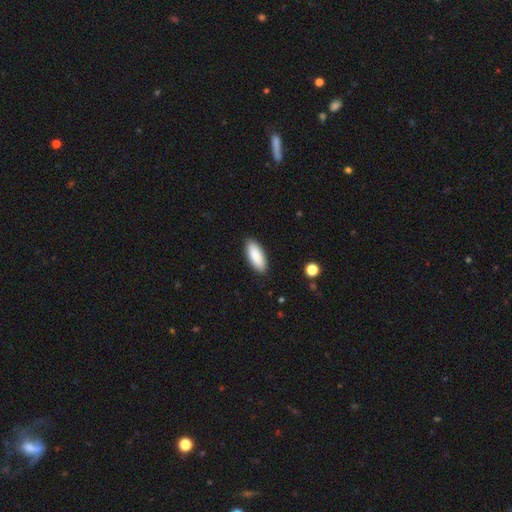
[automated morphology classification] Smooth or featured? Predicted: smooth (p=0.89). How rounded? Predicted: in between (p=0.77). Merging? Predicted: none (p=0.89).